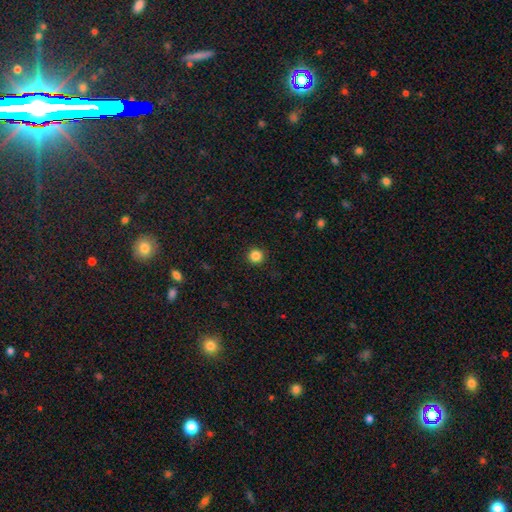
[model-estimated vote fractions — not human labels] A smooth galaxy with no disk features (85%) that is round (95%). Merging: none (92%).